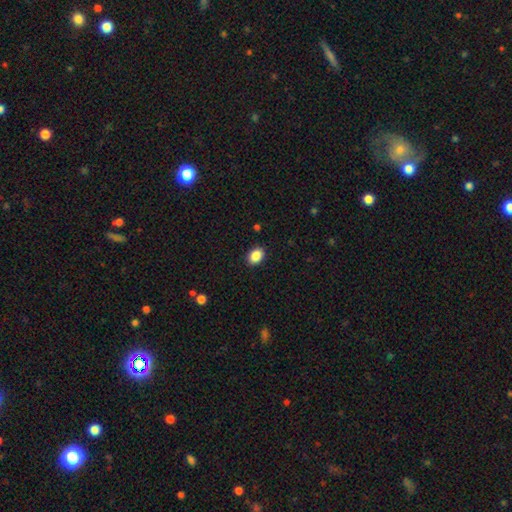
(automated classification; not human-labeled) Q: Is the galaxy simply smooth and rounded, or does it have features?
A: smooth — 88%.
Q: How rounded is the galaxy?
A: in between — 71%.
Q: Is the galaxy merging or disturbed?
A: none — 90%.